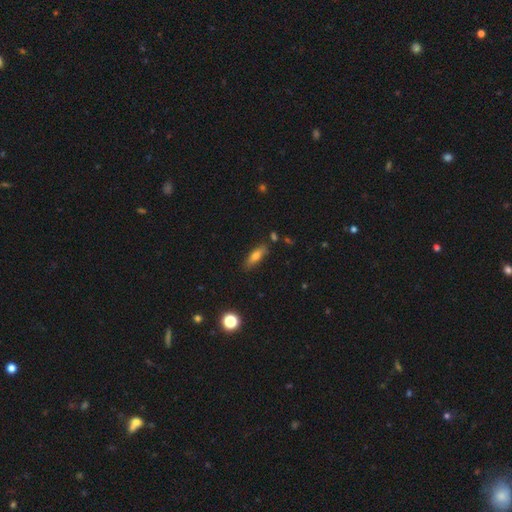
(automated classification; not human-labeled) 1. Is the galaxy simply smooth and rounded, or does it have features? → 68% smooth, 23% featured or disk, 9% star or artifact.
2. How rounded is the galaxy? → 49% in between, 48% cigar-shaped, 3% round.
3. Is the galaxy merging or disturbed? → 80% none, 14% minor disturbance, 4% merger, 3% major disturbance.